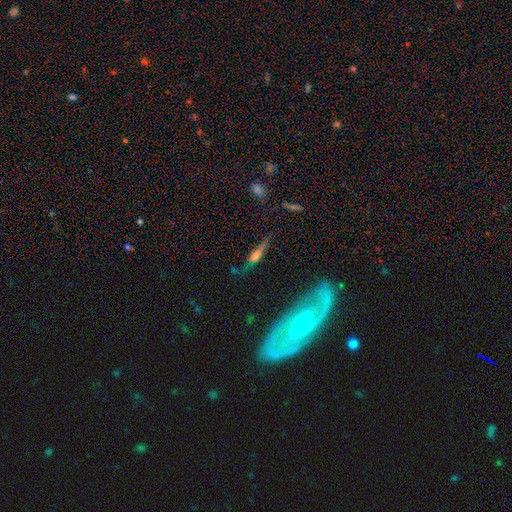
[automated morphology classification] The model was most divided on "smooth or featured": featured or disk: 55%, smooth: 33%, star or artifact: 13%. More confident: edge-on disk — yes (69%); merging — none (63%).